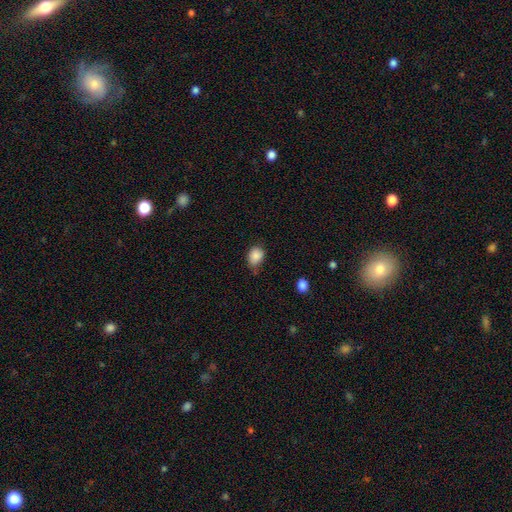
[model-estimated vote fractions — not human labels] Smooth or featured? smooth (87%)
How rounded? in between (59%)
Merging? none (57%)